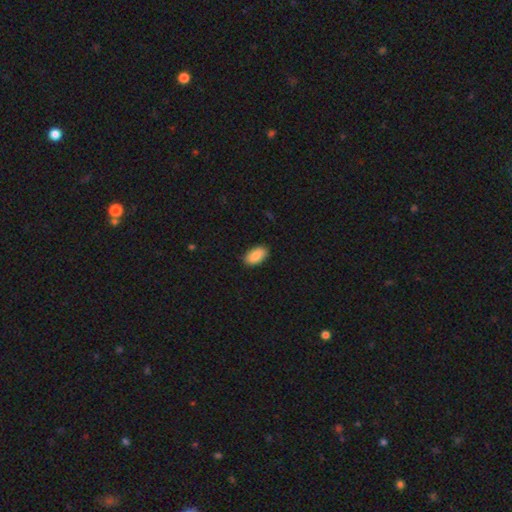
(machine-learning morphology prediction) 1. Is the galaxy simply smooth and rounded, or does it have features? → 88% smooth, 7% star or artifact, 6% featured or disk.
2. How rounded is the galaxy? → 94% in between, 3% round, 3% cigar-shaped.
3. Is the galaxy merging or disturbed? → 88% none, 9% minor disturbance, 2% major disturbance, 1% merger.